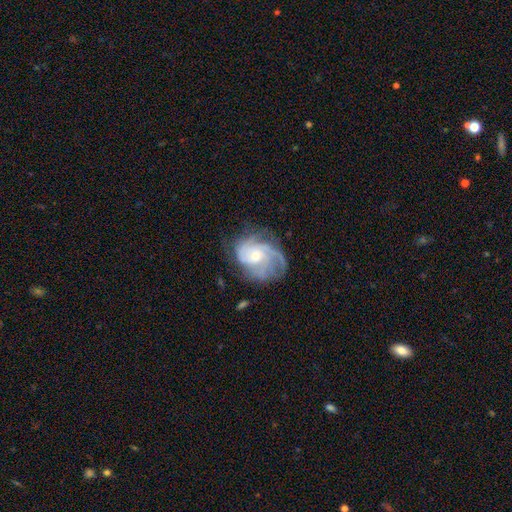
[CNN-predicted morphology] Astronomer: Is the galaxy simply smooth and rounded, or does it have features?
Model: featured or disk — 83%.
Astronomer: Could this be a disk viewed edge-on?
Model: no — 98%.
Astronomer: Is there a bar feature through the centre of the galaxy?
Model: no — 71%.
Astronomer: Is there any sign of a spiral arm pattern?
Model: yes — 94%.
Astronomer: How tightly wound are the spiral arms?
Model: tight — 46% (runner-up: medium, 40%).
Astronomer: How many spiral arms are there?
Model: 3 — 31% (runner-up: can't tell, 25%).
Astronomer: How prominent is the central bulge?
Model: small — 57% (runner-up: moderate, 38%).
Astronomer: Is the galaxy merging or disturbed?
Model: none — 57%.